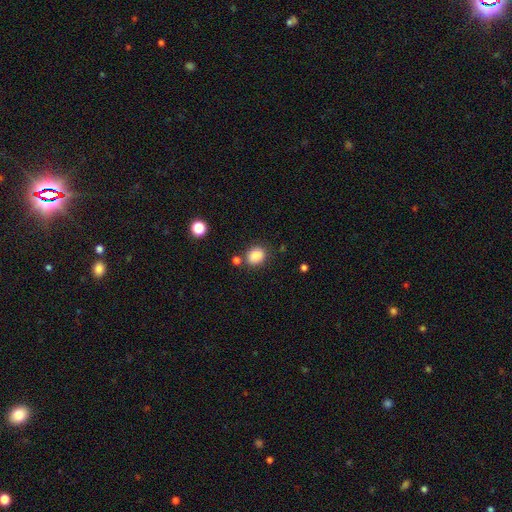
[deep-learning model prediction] Smooth or featured? Predicted: smooth (p=0.86). How rounded? Predicted: round (p=0.50). Merging? Predicted: none (p=0.77).